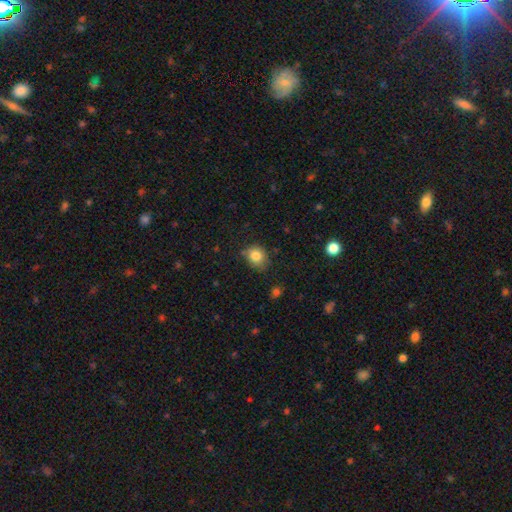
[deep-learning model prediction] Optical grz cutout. It shows a smooth galaxy with no disk features (82%) that is round (65%). Merging: none (70%).